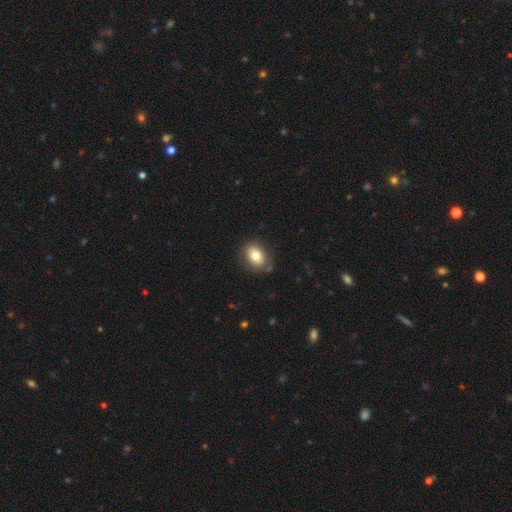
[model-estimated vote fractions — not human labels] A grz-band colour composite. It shows a smooth galaxy with no disk features (79%) that is in between round and cigar-shaped (67%). Merging: none (80%).